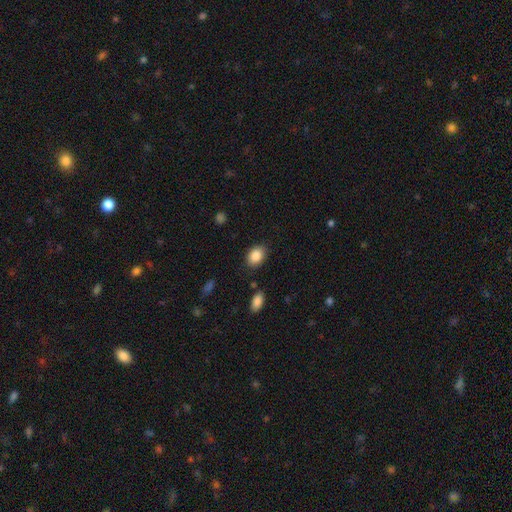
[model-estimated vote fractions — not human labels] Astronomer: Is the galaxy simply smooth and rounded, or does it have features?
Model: smooth — 87%.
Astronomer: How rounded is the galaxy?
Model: in between — 76%.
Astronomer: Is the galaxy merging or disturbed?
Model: none — 83%.